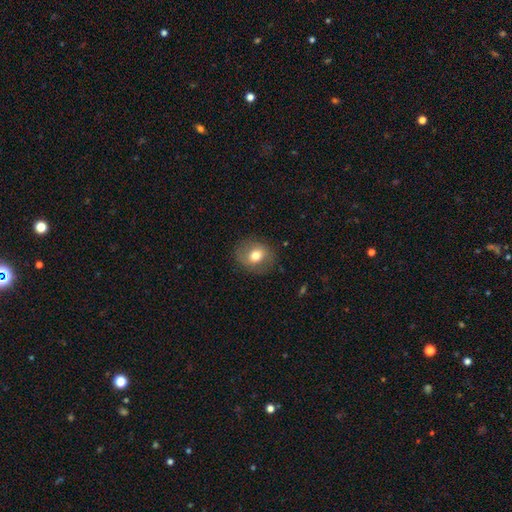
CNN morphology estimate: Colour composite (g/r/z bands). It shows a smooth galaxy with no disk features (70%) that is round (62%). Merging: none (83%).